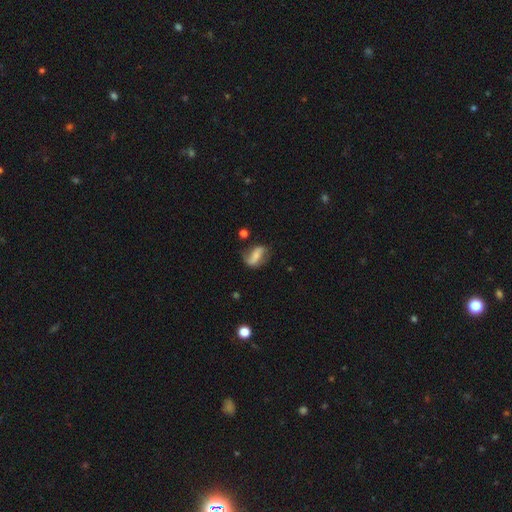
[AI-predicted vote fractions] Smooth or featured? featured or disk (50%)
Merging? none (57%)